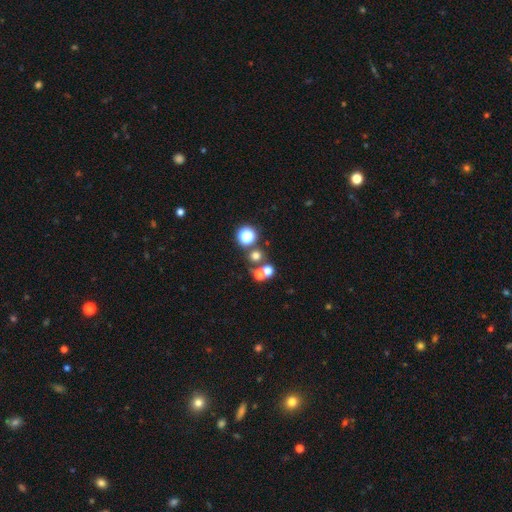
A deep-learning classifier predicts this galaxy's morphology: smooth 59%, star or artifact 26%, featured or disk 14%. Down the decision tree: how rounded — round (85%); merging — none (52%).